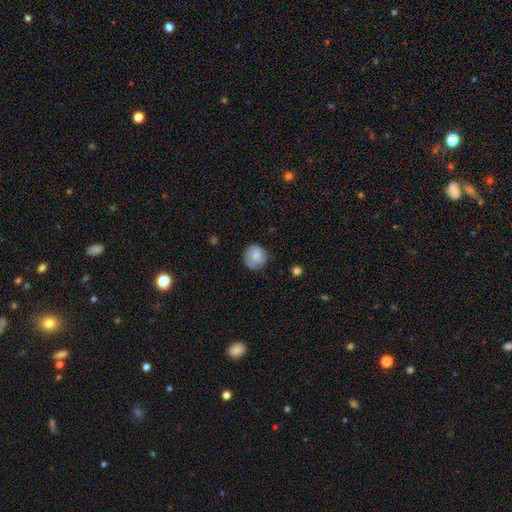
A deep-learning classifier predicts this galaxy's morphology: The model was most divided on "merging": none: 68%, minor disturbance: 24%, major disturbance: 7%, merger: 2%. More confident: how rounded — round (87%); smooth or featured — smooth (72%).